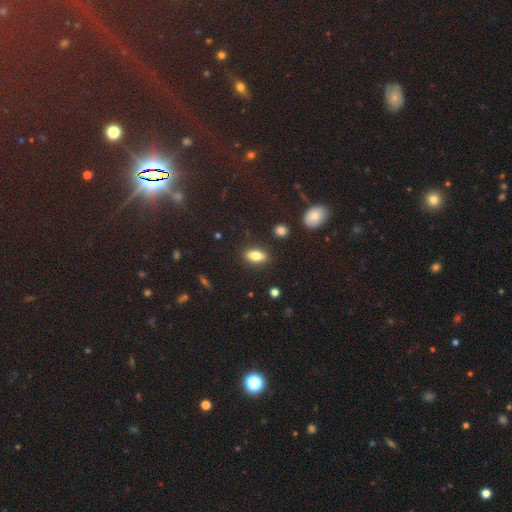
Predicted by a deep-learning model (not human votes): Smooth or featured: smooth — 75% (featured or disk — 16%)
How rounded: in between — 81% (cigar-shaped — 13%)
Merging: none — 86% (minor disturbance — 10%)